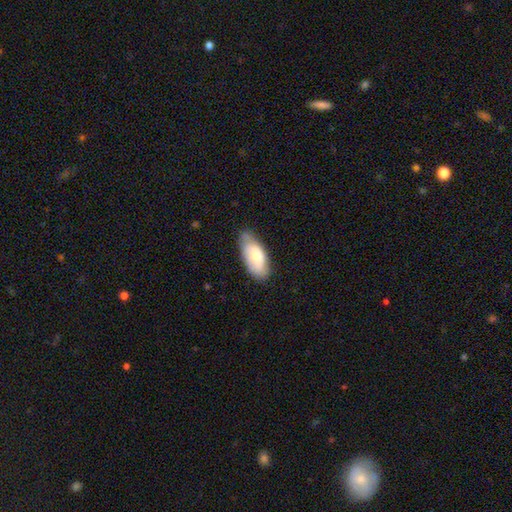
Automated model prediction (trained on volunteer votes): Morphology: type=smooth (65%); roundness=in between (90%); merging=none (64%).